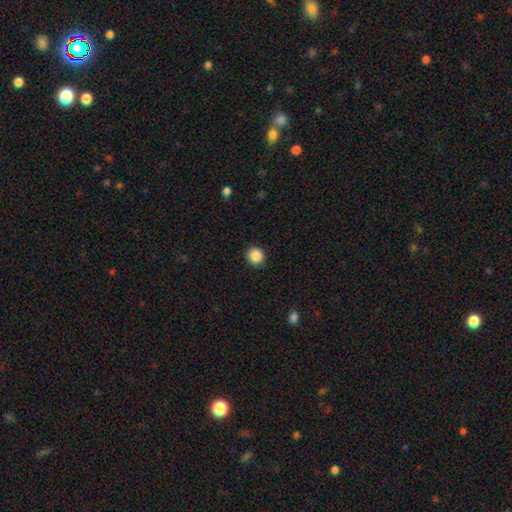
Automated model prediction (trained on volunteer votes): smooth 88%, star or artifact 9%, featured or disk 3%. Down the decision tree: how rounded — round (94%); merging — none (92%).